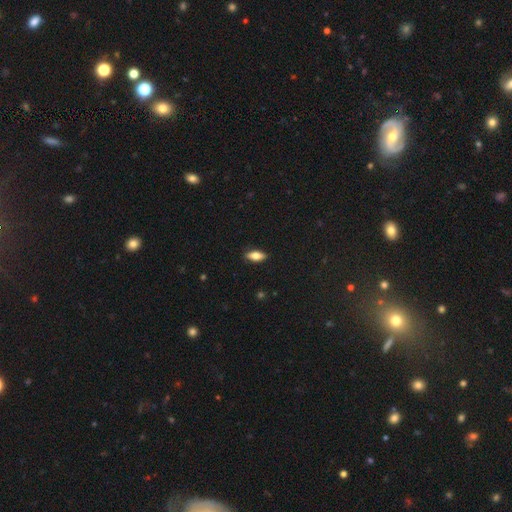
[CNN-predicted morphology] Q: Smooth or featured?
A: smooth (70%); runner-up: featured or disk (23%)
Q: How rounded?
A: in between (78%); runner-up: cigar-shaped (19%)
Q: Merging?
A: none (88%); runner-up: minor disturbance (9%)